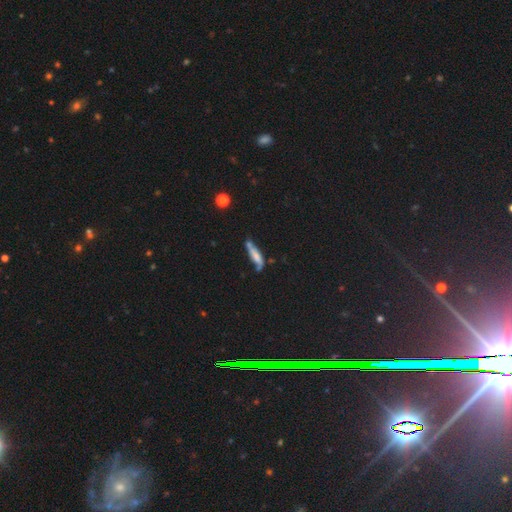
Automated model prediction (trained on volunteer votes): The model was most divided on "merging": none: 47%, minor disturbance: 26%, merger: 16%, major disturbance: 11%. More confident: how rounded — cigar-shaped (76%); smooth or featured — smooth (58%).